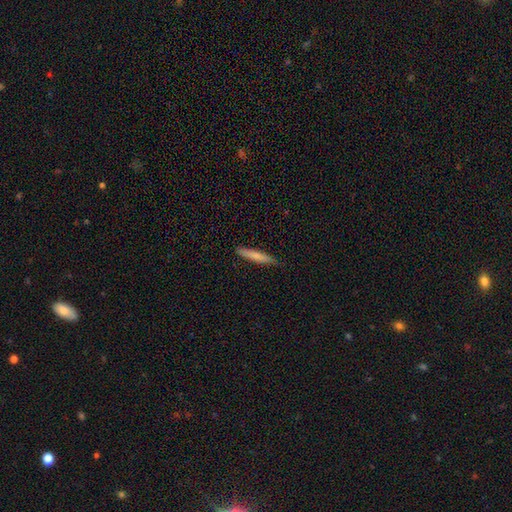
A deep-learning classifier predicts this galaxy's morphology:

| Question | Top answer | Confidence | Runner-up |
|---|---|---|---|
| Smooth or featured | smooth | 73% | featured or disk (21%) |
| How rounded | cigar-shaped | 94% | in between (5%) |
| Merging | none | 87% | minor disturbance (10%) |